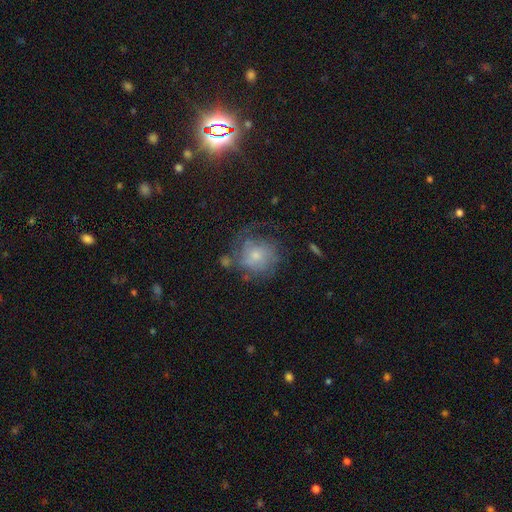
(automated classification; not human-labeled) smooth-or-featured: featured or disk: 47% | smooth: 44% | star or artifact: 10%
  merging: none: 46% | major disturbance: 25% | minor disturbance: 24% | merger: 5%